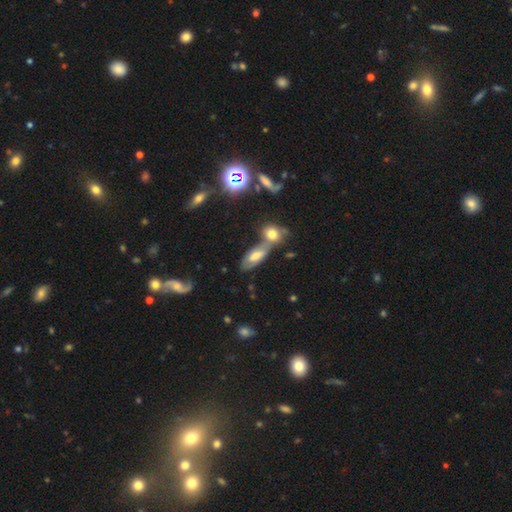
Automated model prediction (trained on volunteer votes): Smooth or featured? Predicted: smooth (p=0.44). Merging? Predicted: merger (p=0.45).